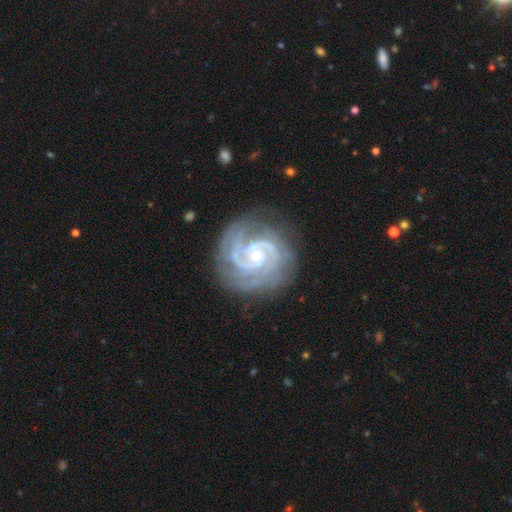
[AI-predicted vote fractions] Overall: featured or disk (93%). Edge-on disk: no (98%). Bar: no (65%; weak 26%). Spiral arms: yes (99%). Spiral arm count: 2 (57%; 3 23%). Spiral winding: tight (71%). Bulge size: small (79%). Merging: none (80%).